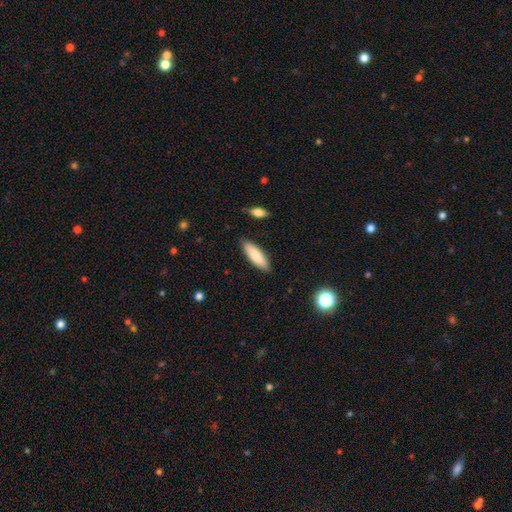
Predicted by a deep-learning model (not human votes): The model was most divided on "how rounded": in between: 51%, cigar-shaped: 48%, round: 2%. More confident: merging — none (87%); smooth or featured — smooth (80%).